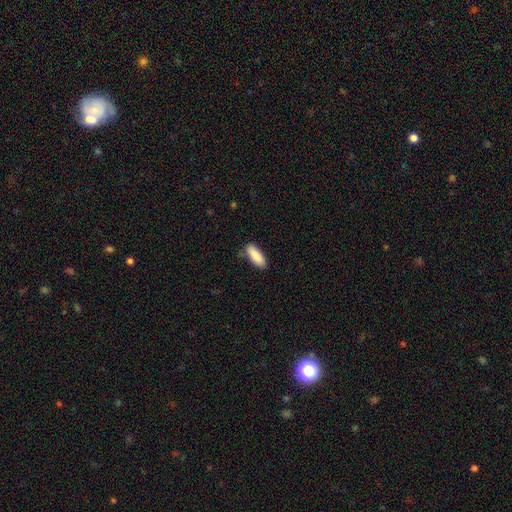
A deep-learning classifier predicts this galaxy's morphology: Smooth or featured?
  - smooth: 87% *
  - featured or disk: 7%
  - star or artifact: 6%
How rounded?
  - in between: 72% *
  - cigar-shaped: 26%
  - round: 2%
Merging?
  - none: 81% *
  - minor disturbance: 14%
  - major disturbance: 3%
  - merger: 2%